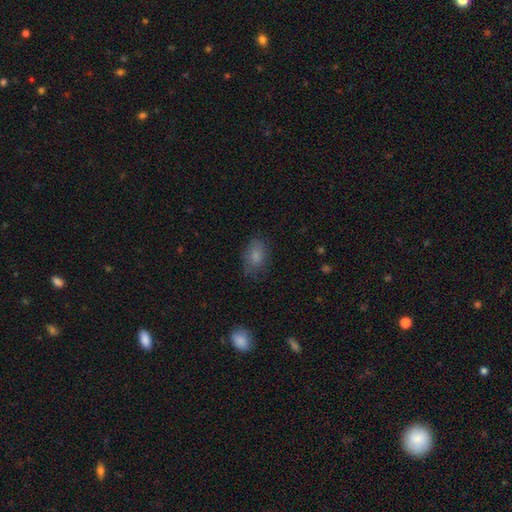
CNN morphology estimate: This is likely a smooth galaxy (80%). How rounded: clearly in between (84%). Merging: likely none (70%).